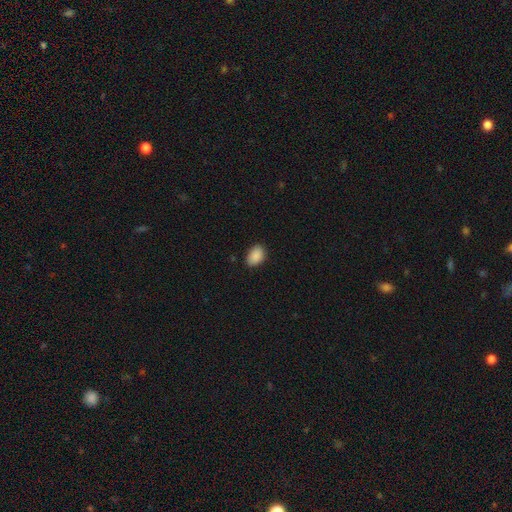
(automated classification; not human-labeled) A smooth galaxy with no disk features (90%) that is in between round and cigar-shaped (85%).

Vote fractions:
- Smooth or featured? smooth: 90% / star or artifact: 7% / featured or disk: 3%
- How rounded? in between: 85% / round: 14% / cigar-shaped: 1%
- Merging? none: 83% / minor disturbance: 14% / major disturbance: 2% / merger: 1%